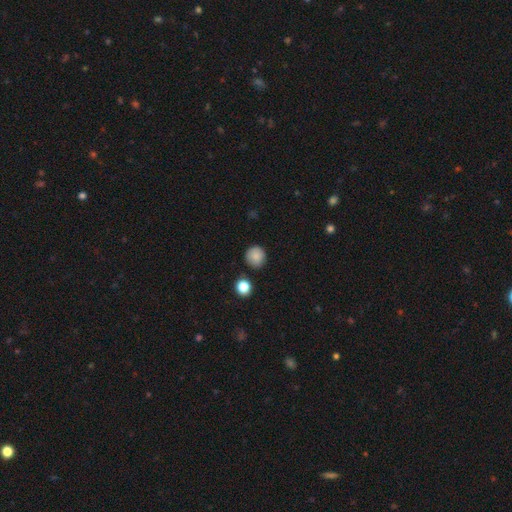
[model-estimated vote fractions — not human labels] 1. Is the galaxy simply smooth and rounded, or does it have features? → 86% smooth, 9% star or artifact, 5% featured or disk.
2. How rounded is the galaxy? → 93% round, 6% in between, 1% cigar-shaped.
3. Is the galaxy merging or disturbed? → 85% none, 10% minor disturbance, 3% major disturbance, 2% merger.